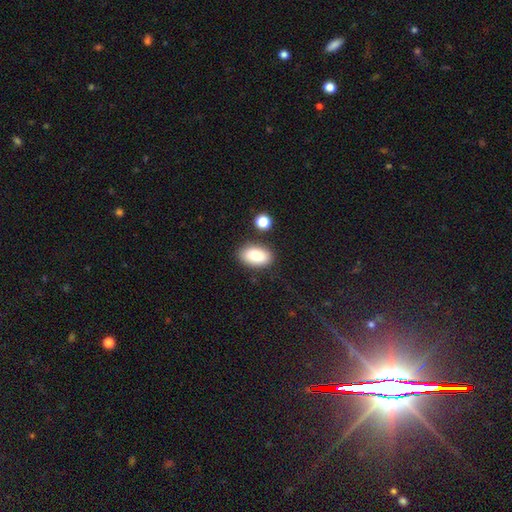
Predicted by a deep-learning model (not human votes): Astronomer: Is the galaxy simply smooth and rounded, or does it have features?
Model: smooth — 86%.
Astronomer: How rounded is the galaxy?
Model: in between — 93%.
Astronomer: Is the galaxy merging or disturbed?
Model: none — 81%.